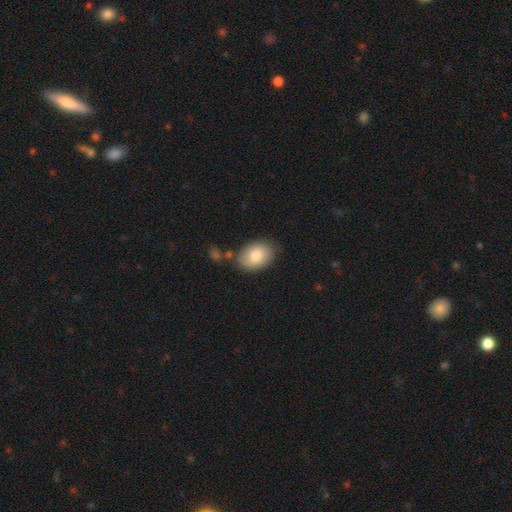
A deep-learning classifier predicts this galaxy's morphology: Q: Smooth or featured?
A: smooth (84%); runner-up: featured or disk (9%)
Q: How rounded?
A: in between (80%); runner-up: round (19%)
Q: Merging?
A: none (76%); runner-up: minor disturbance (15%)